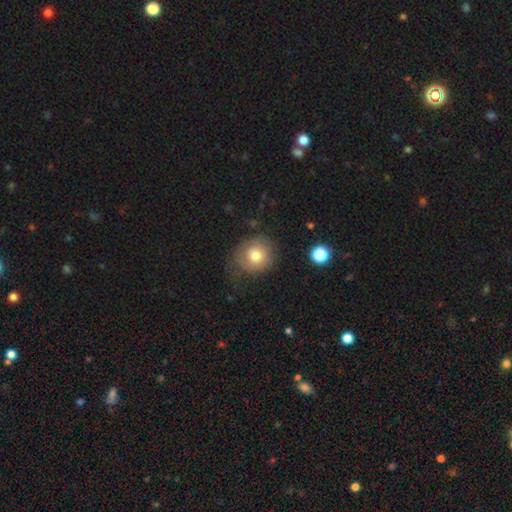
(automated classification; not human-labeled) A smooth galaxy with no disk features (73%) that is round (82%).

Vote fractions:
- Smooth or featured? smooth: 73% / featured or disk: 19% / star or artifact: 9%
- How rounded? round: 82% / in between: 17% / cigar-shaped: 1%
- Merging? none: 58% / minor disturbance: 24% / major disturbance: 17% / merger: 2%